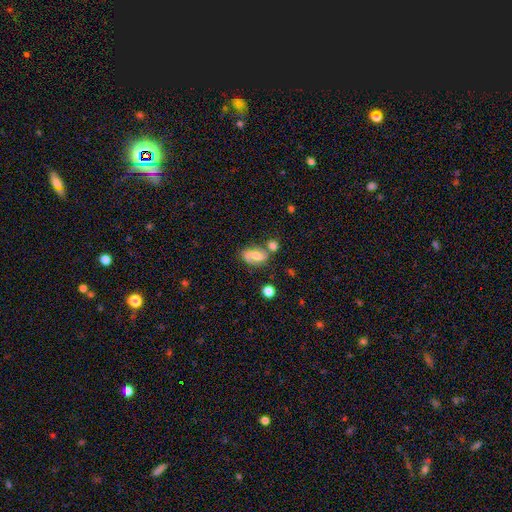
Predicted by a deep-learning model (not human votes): A featured or disk galaxy (50%).

Vote fractions:
- Smooth or featured? featured or disk: 50% / smooth: 41% / star or artifact: 9%
- Edge-on disk? no: 94% / yes: 6%
- Merging? none: 54% / merger: 20% / minor disturbance: 19% / major disturbance: 7%